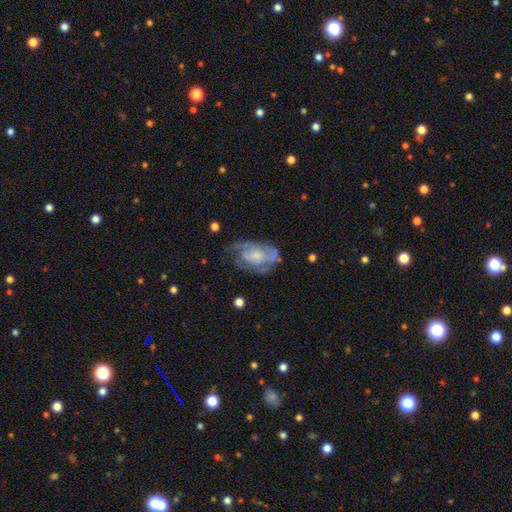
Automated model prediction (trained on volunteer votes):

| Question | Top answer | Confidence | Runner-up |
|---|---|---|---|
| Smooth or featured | featured or disk | 72% | smooth (22%) |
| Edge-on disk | no | 97% | yes (3%) |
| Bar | no | 73% | weak (23%) |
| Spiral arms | yes | 80% | no (20%) |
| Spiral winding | medium | 41% | tight (40%) |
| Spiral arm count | can't tell | 37% | 2 (31%) |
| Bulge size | small | 41% | moderate (33%) |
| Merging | none | 49% | minor disturbance (26%) |